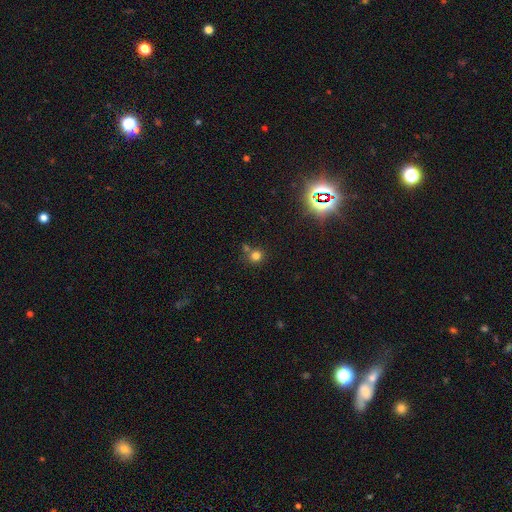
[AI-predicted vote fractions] Smooth or featured: smooth — 77% (star or artifact — 17%)
How rounded: round — 89% (in between — 10%)
Merging: none — 67% (merger — 21%)